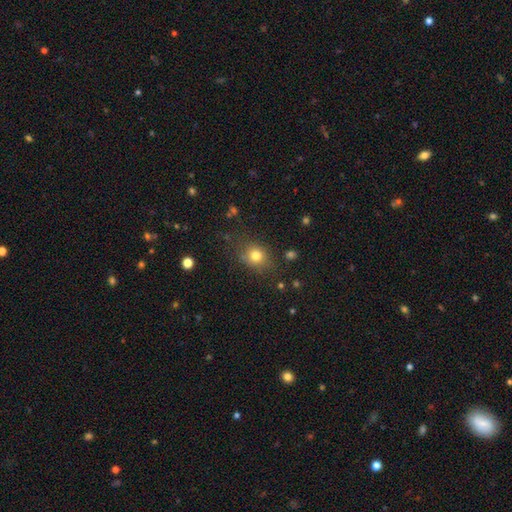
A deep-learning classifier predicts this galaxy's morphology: Smooth or featured: smooth — 78% (star or artifact — 13%)
How rounded: round — 68% (in between — 30%)
Merging: none — 75% (minor disturbance — 16%)